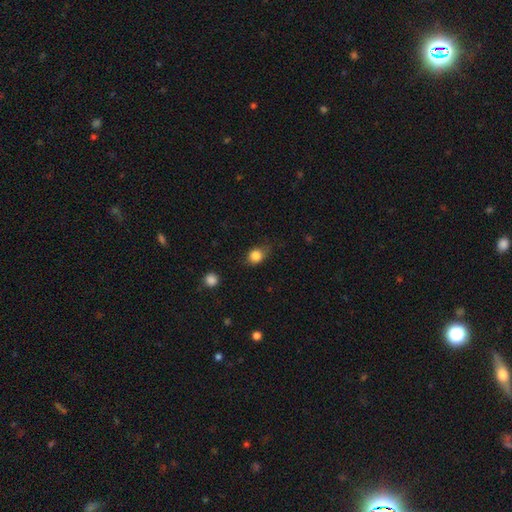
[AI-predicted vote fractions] Smooth or featured? smooth (84%)
How rounded? round (63%)
Merging? none (61%)